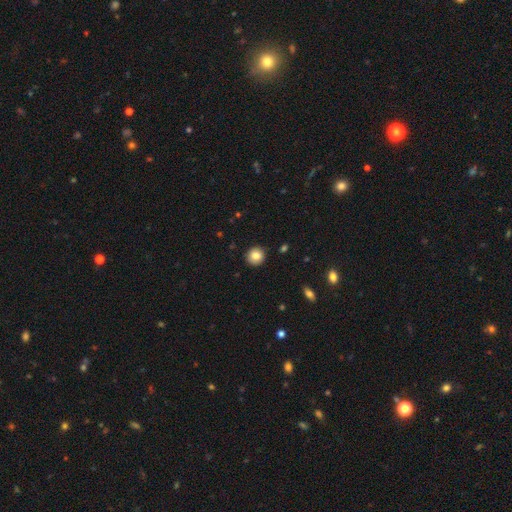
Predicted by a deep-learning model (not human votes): smooth_or_featured: smooth (p=0.84) [alt: star or artifact p=0.09]
how_rounded: round (p=0.91) [alt: in between p=0.08]
merging: none (p=0.91) [alt: minor disturbance p=0.06]